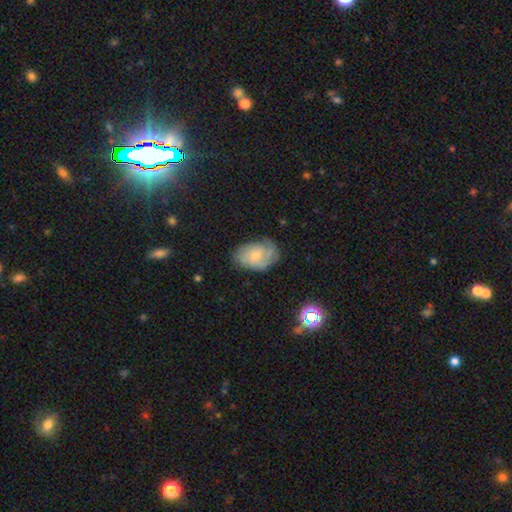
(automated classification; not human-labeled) Smooth or featured?
  - featured or disk: 60% *
  - smooth: 32%
  - star or artifact: 8%
Edge-on disk?
  - no: 97% *
  - yes: 3%
Bar?
  - no: 71% *
  - weak: 26%
  - strong: 3%
Spiral arms?
  - yes: 88% *
  - no: 12%
Spiral winding?
  - tight: 52% *
  - medium: 35%
  - loose: 14%
Spiral arm count?
  - can't tell: 40% *
  - 2: 25%
  - 3: 17%
  - 1: 9%
  - 4: 6%
  - more than 4: 4%
Bulge size?
  - small: 57% *
  - moderate: 32%
  - none: 7%
  - large: 3%
  - dominant: 1%
Merging?
  - none: 64% *
  - minor disturbance: 25%
  - major disturbance: 10%
  - merger: 2%